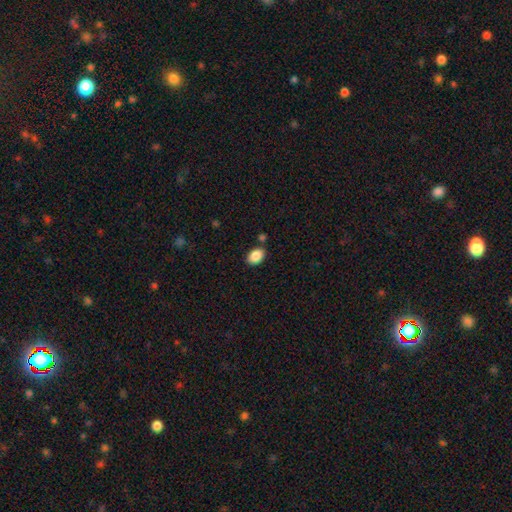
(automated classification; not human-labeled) Q: Smooth or featured?
A: smooth (88%); runner-up: star or artifact (7%)
Q: How rounded?
A: in between (85%); runner-up: round (14%)
Q: Merging?
A: none (80%); runner-up: minor disturbance (12%)